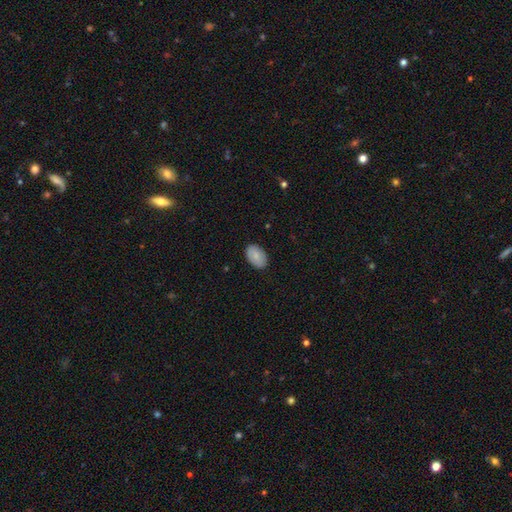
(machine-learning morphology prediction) The model was most divided on "smooth or featured": smooth: 82%, featured or disk: 12%, star or artifact: 6%. More confident: how rounded — in between (90%); merging — none (87%).